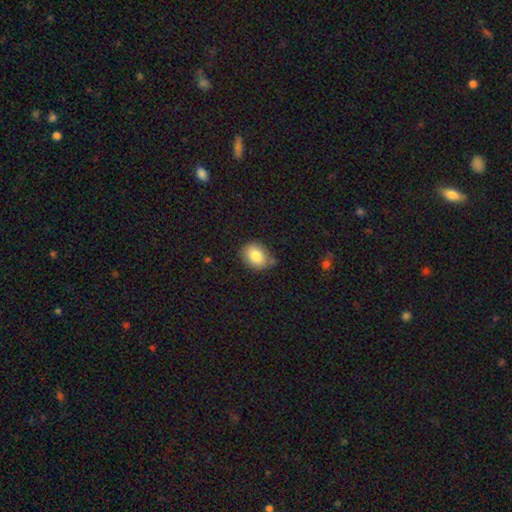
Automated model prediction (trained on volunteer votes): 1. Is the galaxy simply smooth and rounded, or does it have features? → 83% smooth, 9% featured or disk, 8% star or artifact.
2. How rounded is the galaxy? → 66% in between, 33% round, 1% cigar-shaped.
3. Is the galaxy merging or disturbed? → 73% none, 20% minor disturbance, 4% major disturbance, 3% merger.